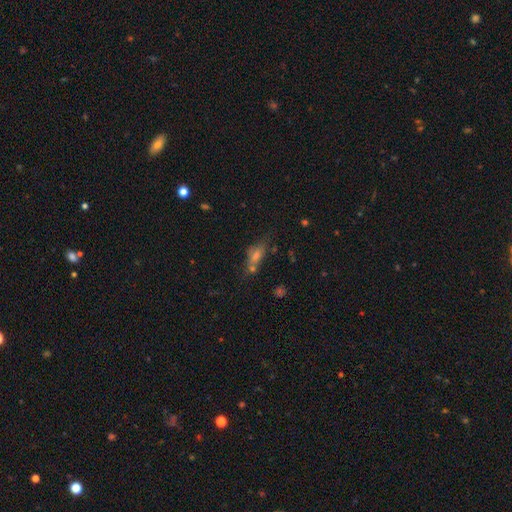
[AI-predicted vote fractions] Overall: smooth (63%). How rounded: in between (72%). Merging: none (41%; merger 25%).